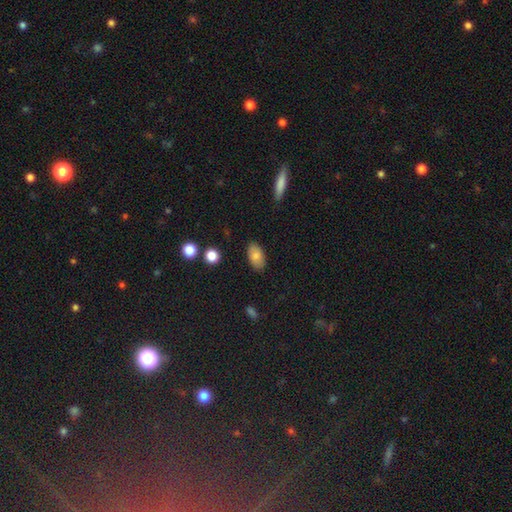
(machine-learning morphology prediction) A smooth galaxy with no disk features (81%) that is in between round and cigar-shaped (93%). Merging: none (86%).